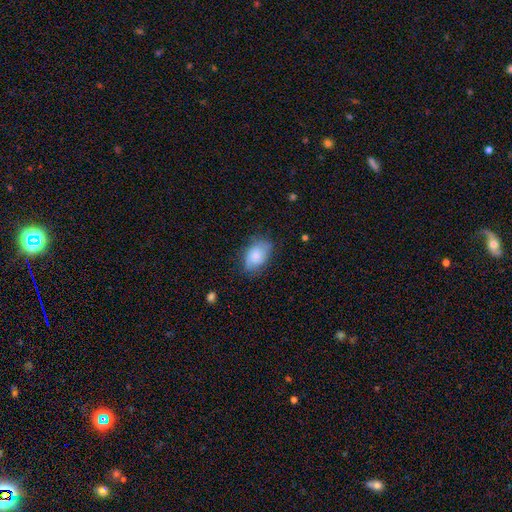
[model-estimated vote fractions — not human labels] This appears to be a smooth galaxy with no disk features (80%) that is in between round and cigar-shaped (89%). Merging: none (70%).